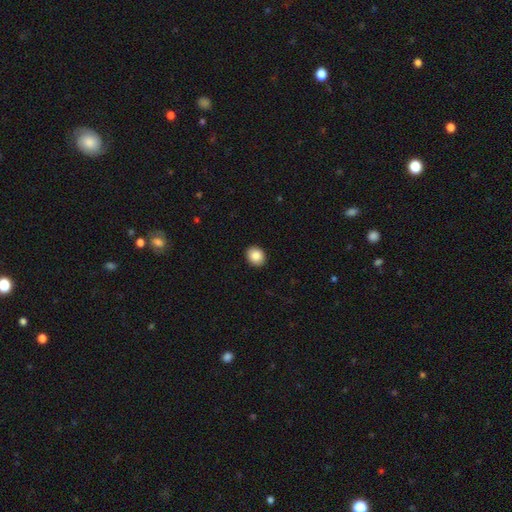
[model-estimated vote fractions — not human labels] Smooth or featured: smooth — 87% (star or artifact — 8%)
How rounded: round — 63% (in between — 36%)
Merging: none — 92% (minor disturbance — 6%)